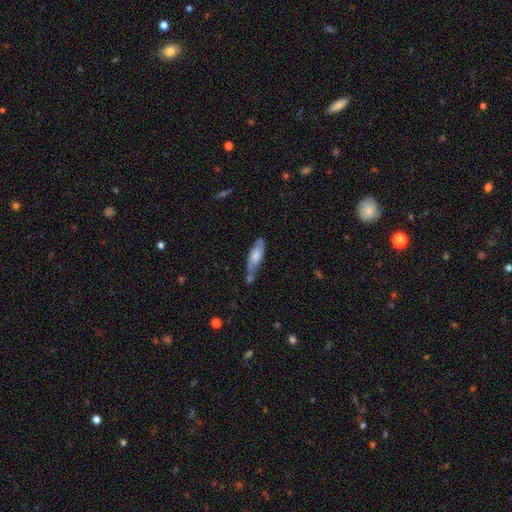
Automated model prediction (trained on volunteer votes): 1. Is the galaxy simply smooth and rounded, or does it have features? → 57% smooth, 36% featured or disk, 7% star or artifact.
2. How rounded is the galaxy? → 56% in between, 41% cigar-shaped, 2% round.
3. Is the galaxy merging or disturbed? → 43% none, 28% minor disturbance, 19% merger, 10% major disturbance.